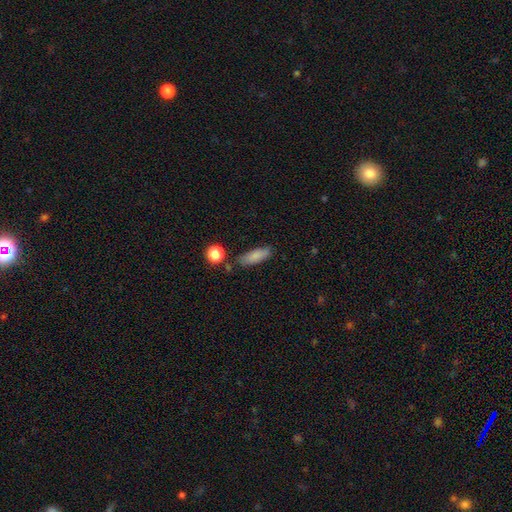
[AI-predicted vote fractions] smooth-or-featured: smooth: 83% | featured or disk: 9% | star or artifact: 8%
  how-rounded: in between: 62% | cigar-shaped: 35% | round: 3%
  merging: none: 77% | minor disturbance: 15% | merger: 5% | major disturbance: 4%